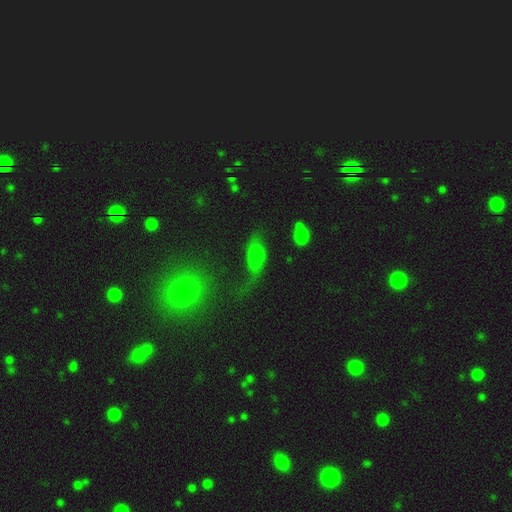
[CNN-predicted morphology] type=smooth (59%); roundness=in between (83%); merging=none (38%).